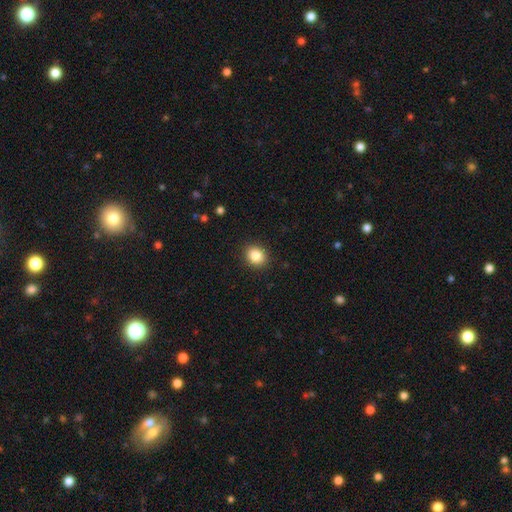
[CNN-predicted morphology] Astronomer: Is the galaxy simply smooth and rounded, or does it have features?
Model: smooth — 86%.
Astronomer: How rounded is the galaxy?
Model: round — 70%.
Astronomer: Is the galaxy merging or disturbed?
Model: none — 90%.